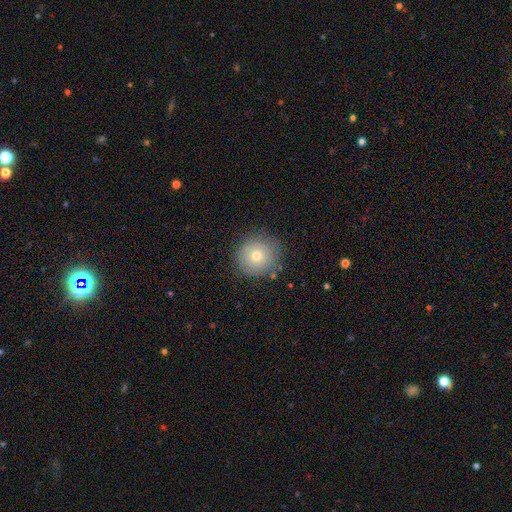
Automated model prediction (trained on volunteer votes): smooth-or-featured: smooth: 71% | featured or disk: 18% | star or artifact: 11%
  how-rounded: round: 94% | in between: 5% | cigar-shaped: 1%
  merging: none: 83% | minor disturbance: 12% | major disturbance: 3% | merger: 2%